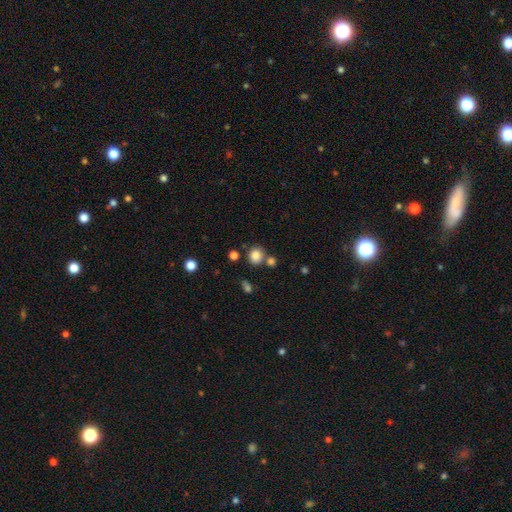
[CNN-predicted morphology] Smooth or featured?
  - smooth: 84% *
  - star or artifact: 11%
  - featured or disk: 5%
How rounded?
  - round: 81% *
  - in between: 18%
  - cigar-shaped: 1%
Merging?
  - none: 70% *
  - merger: 15%
  - minor disturbance: 10%
  - major disturbance: 4%